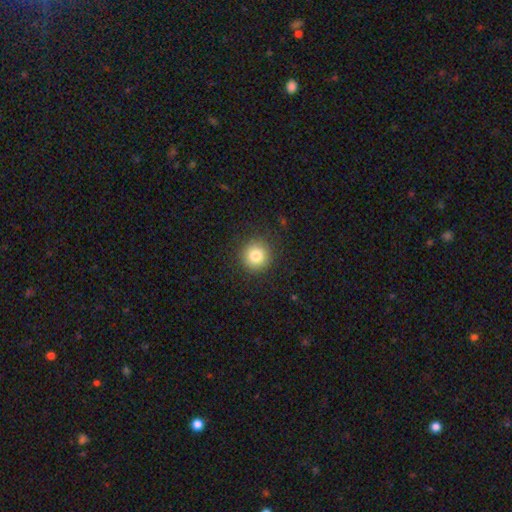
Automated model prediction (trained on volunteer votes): Smooth or featured?
  - smooth: 82% *
  - star or artifact: 11%
  - featured or disk: 8%
How rounded?
  - round: 95% *
  - in between: 5%
  - cigar-shaped: 1%
Merging?
  - none: 91% *
  - minor disturbance: 6%
  - major disturbance: 2%
  - merger: 1%